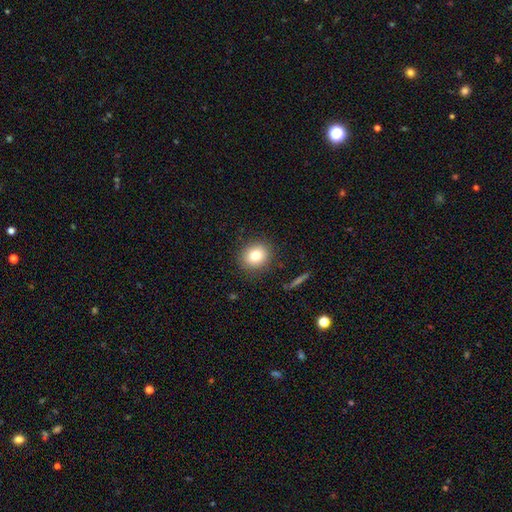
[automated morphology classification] Smooth or featured: smooth — 78% (star or artifact — 12%)
How rounded: round — 79% (in between — 20%)
Merging: none — 88% (minor disturbance — 8%)